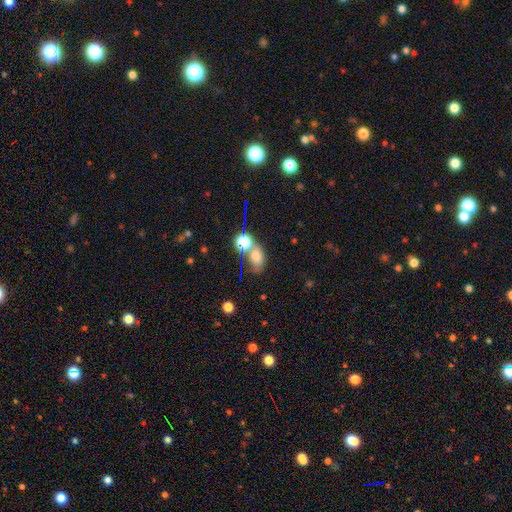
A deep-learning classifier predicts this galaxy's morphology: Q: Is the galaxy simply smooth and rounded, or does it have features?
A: smooth — 68%.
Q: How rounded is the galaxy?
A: in between — 71%.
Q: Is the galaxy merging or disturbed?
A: merger — 40%.